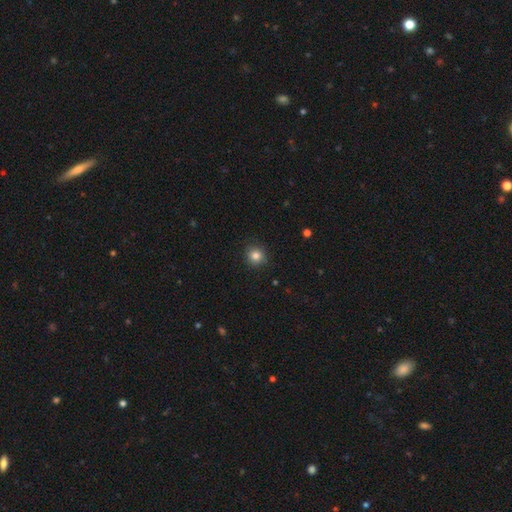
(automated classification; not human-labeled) smooth-or-featured: smooth: 83% | star or artifact: 11% | featured or disk: 6%
  how-rounded: round: 91% | in between: 8% | cigar-shaped: 1%
  merging: none: 89% | minor disturbance: 8% | major disturbance: 2% | merger: 1%